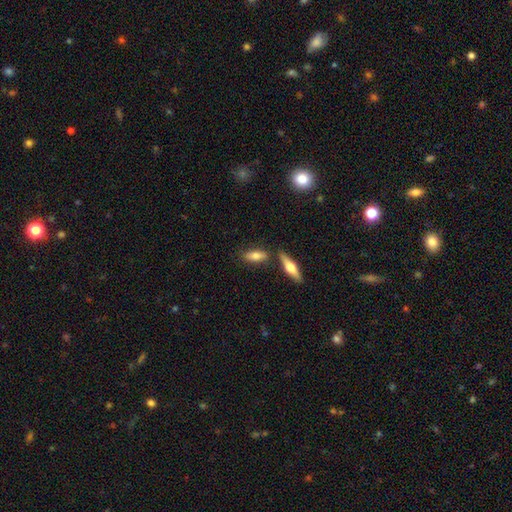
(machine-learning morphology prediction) Smooth or featured? Predicted: smooth (p=0.68). How rounded? Predicted: in between (p=0.66). Merging? Predicted: none (p=0.70).